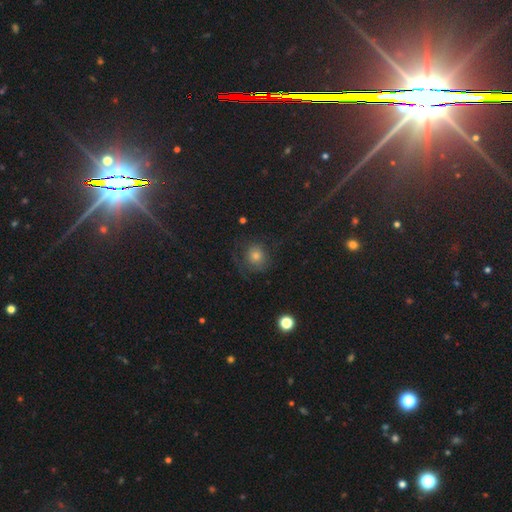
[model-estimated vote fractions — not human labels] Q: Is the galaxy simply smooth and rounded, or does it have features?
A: smooth — 54%.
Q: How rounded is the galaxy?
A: round — 88%.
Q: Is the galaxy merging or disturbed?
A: none — 69%.